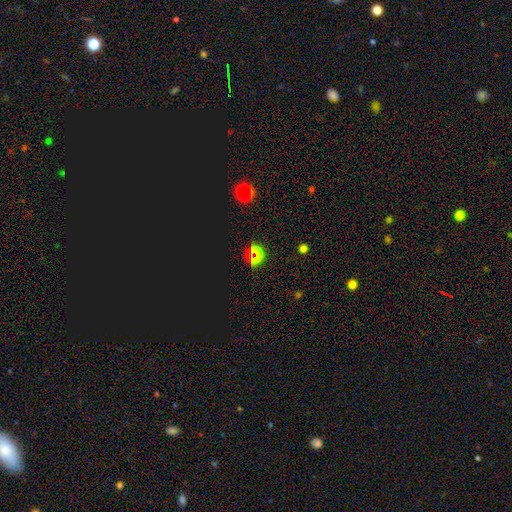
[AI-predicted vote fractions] Smooth or featured? star or artifact (70%)